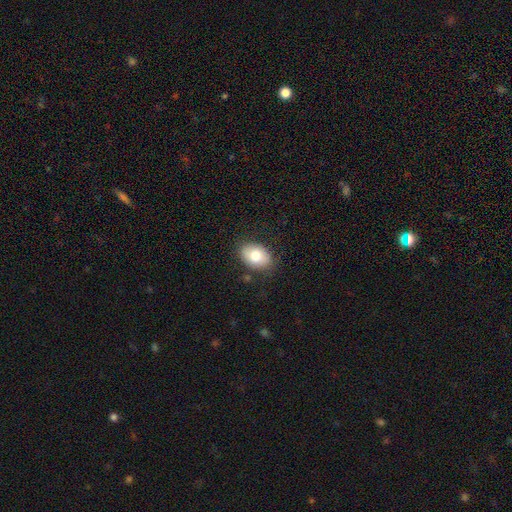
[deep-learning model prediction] A smooth galaxy with no disk features (76%) that is in between round and cigar-shaped (77%).

Vote fractions:
- Smooth or featured? smooth: 76% / featured or disk: 17% / star or artifact: 7%
- How rounded? in between: 77% / round: 22% / cigar-shaped: 1%
- Merging? none: 83% / minor disturbance: 12% / major disturbance: 3% / merger: 2%